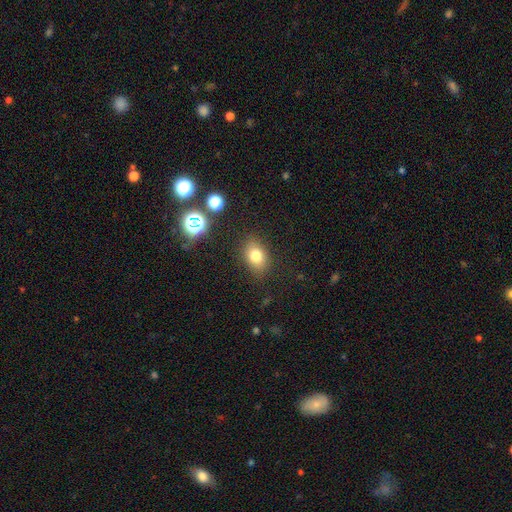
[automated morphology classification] A smooth galaxy with no disk features (77%) that is in between round and cigar-shaped (69%).

Vote fractions:
- Smooth or featured? smooth: 77% / star or artifact: 13% / featured or disk: 10%
- How rounded? in between: 69% / round: 30% / cigar-shaped: 1%
- Merging? none: 83% / minor disturbance: 12% / major disturbance: 4% / merger: 2%